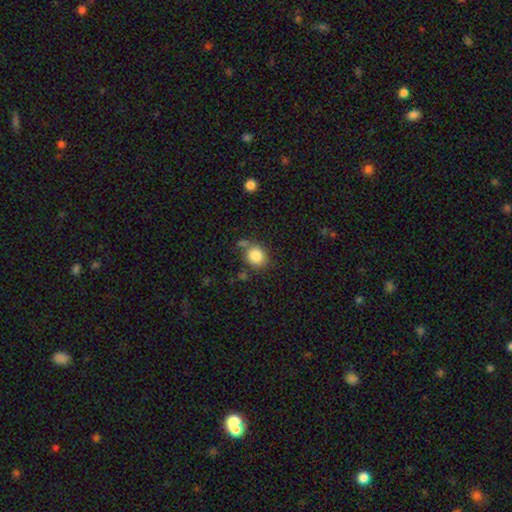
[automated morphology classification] Smooth or featured? smooth (84%)
How rounded? round (68%)
Merging? none (66%)